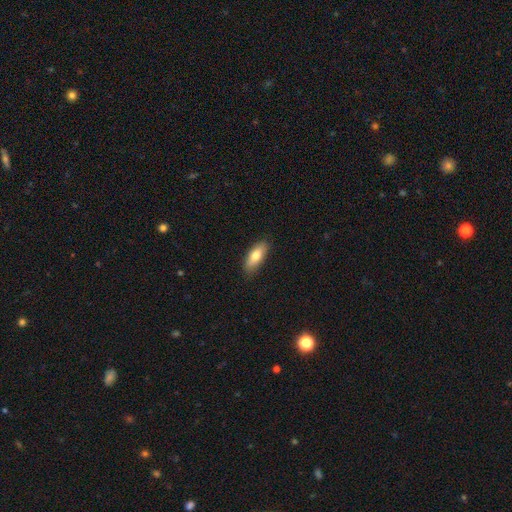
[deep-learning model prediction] Overall: smooth (76%). How rounded: in between (72%). Merging: none (86%).